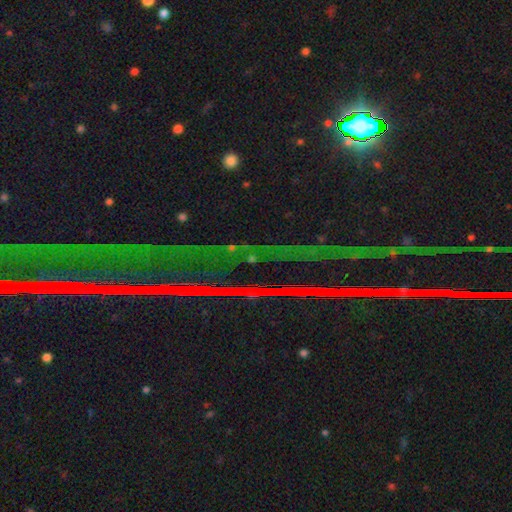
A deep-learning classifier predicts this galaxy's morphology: Overall: star or artifact (85%).